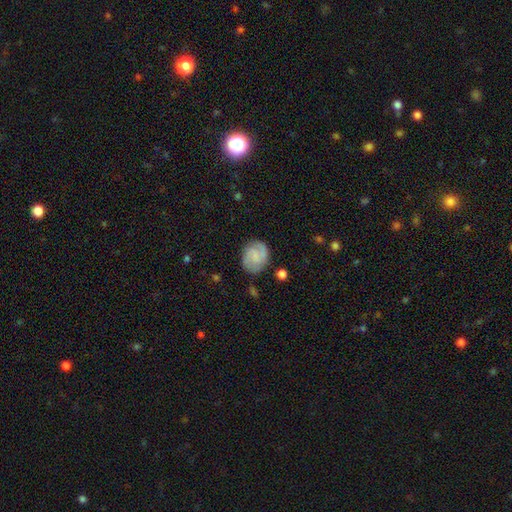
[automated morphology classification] This is likely a featured or disk galaxy (61%). It is clearly not viewed edge-on (98%). Bar: possibly no (45%, tied with weak). Spiral arm pattern: clearly yes (92%). Spiral arm count: likely 2 (73%). Spiral winding: possibly medium (47%). Central bulge: possibly none (48%). Merging: likely none (78%).